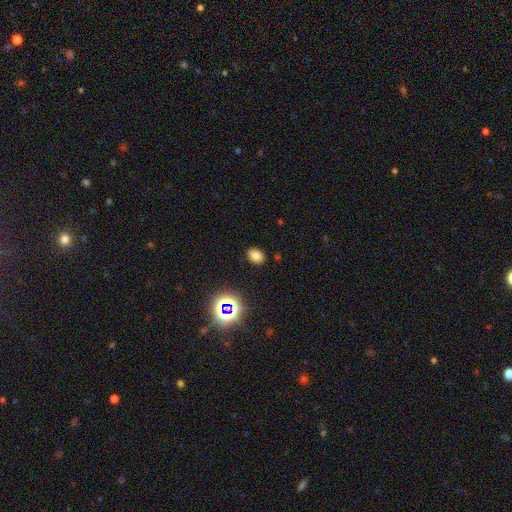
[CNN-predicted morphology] type=smooth (74%); roundness=in between (73%); merging=none (87%).